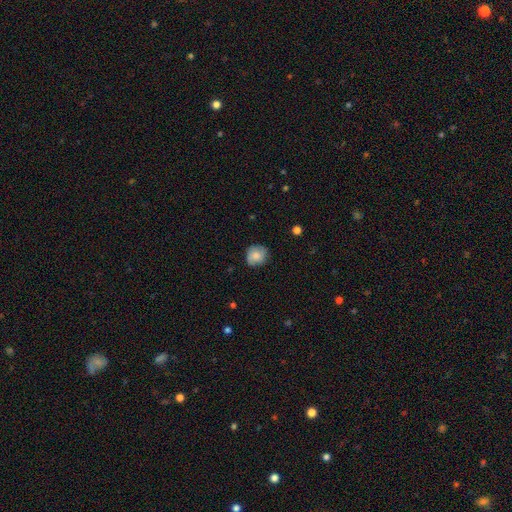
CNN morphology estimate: A smooth galaxy with no disk features (69%) that is round (83%).

Vote fractions:
- Smooth or featured? smooth: 69% / featured or disk: 23% / star or artifact: 8%
- How rounded? round: 83% / in between: 16% / cigar-shaped: 1%
- Merging? none: 74% / minor disturbance: 19% / major disturbance: 5% / merger: 1%